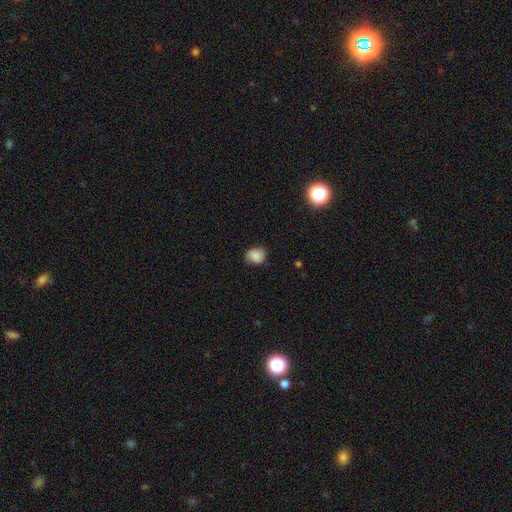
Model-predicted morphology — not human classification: Smooth or featured?
  - smooth: 80% *
  - featured or disk: 11%
  - star or artifact: 9%
How rounded?
  - round: 50% *
  - in between: 49%
  - cigar-shaped: 1%
Merging?
  - none: 72% *
  - minor disturbance: 22%
  - major disturbance: 5%
  - merger: 1%